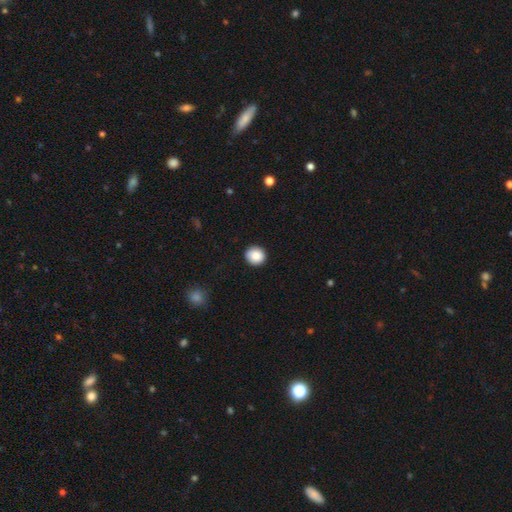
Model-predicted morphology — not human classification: The model was most divided on "smooth or featured": smooth: 86%, star or artifact: 8%, featured or disk: 5%. More confident: how rounded — round (92%); merging — none (92%).